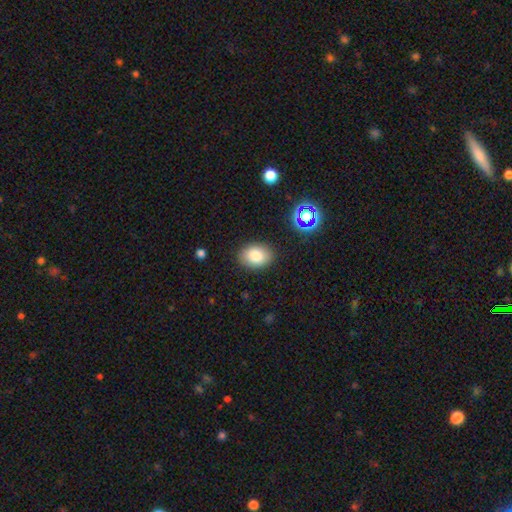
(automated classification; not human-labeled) smooth_or_featured: smooth (p=0.82) [alt: star or artifact p=0.10]
how_rounded: in between (p=0.76) [alt: round p=0.23]
merging: none (p=0.87) [alt: minor disturbance p=0.09]